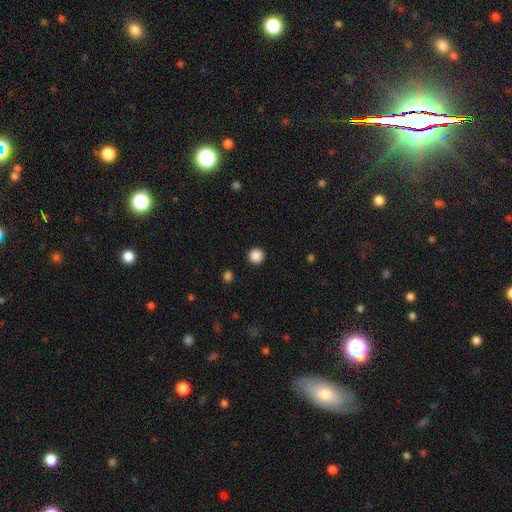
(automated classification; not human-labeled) Smooth or featured? smooth (88%)
How rounded? round (96%)
Merging? none (93%)